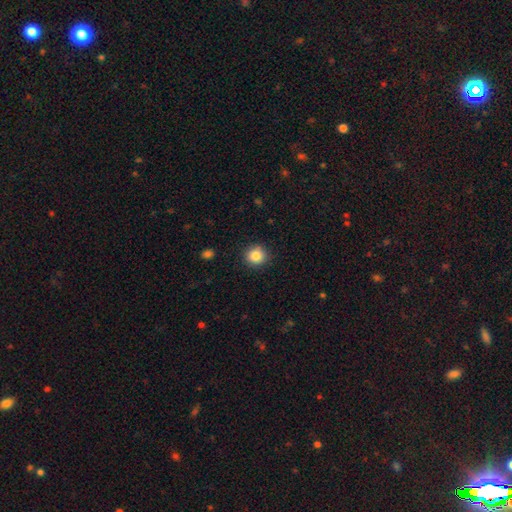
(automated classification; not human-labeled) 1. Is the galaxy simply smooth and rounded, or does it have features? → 86% smooth, 10% star or artifact, 4% featured or disk.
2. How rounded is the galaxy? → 90% round, 9% in between, 1% cigar-shaped.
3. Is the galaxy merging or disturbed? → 88% none, 8% minor disturbance, 2% major disturbance, 1% merger.